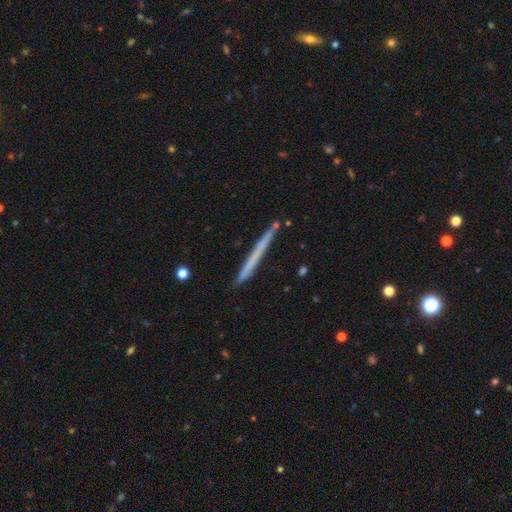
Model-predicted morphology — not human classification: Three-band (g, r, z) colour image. It shows a smooth galaxy with no disk features (50%) that is cigar-shaped (97%). Merging: none (89%).